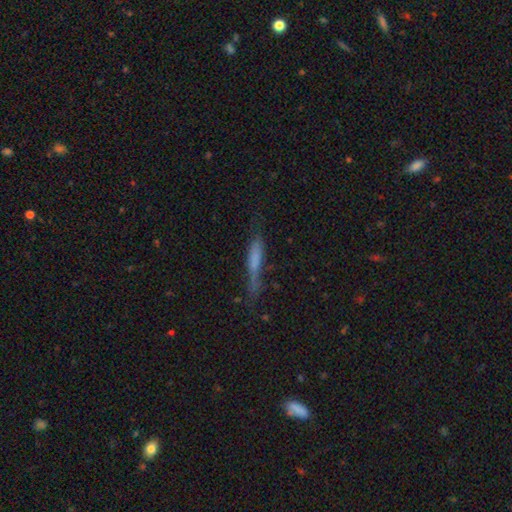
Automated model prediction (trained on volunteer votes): Morphology: type=smooth (56%); roundness=cigar-shaped (89%); merging=none (55%).